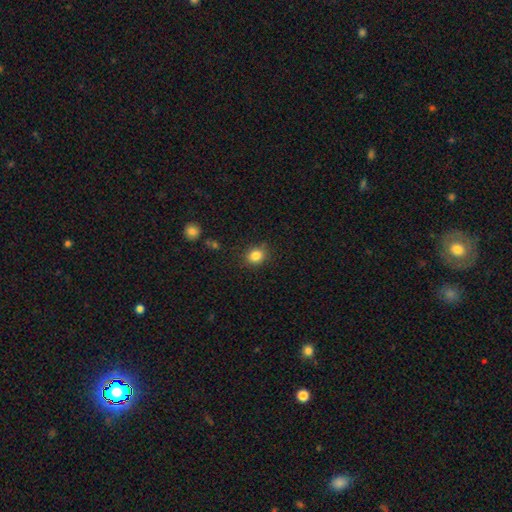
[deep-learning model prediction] This appears to be a smooth galaxy with no disk features (85%) that is round (63%). Merging: none (85%).